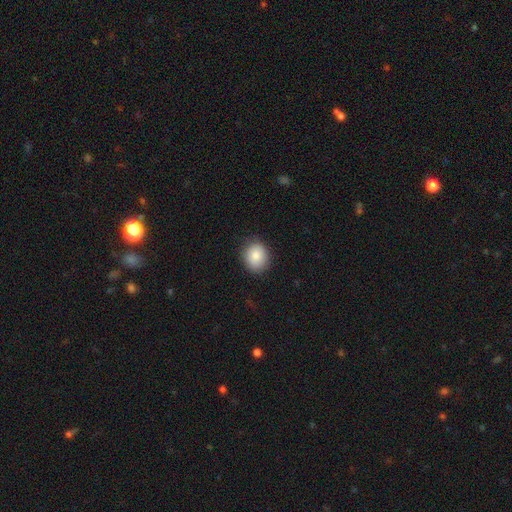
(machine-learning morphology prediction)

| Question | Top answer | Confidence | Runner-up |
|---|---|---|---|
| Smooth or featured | smooth | 84% | star or artifact (8%) |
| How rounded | round | 70% | in between (29%) |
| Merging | none | 85% | minor disturbance (11%) |